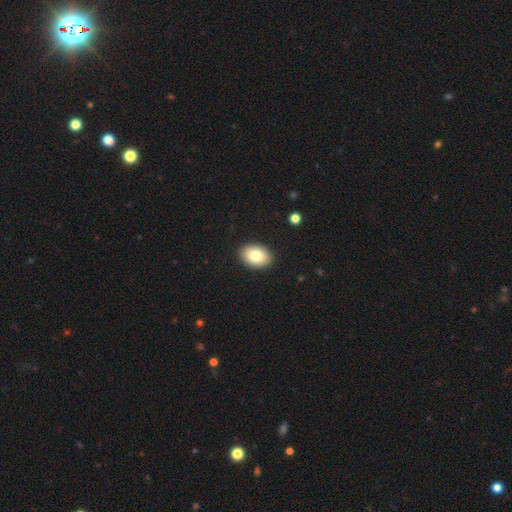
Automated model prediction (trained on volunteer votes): Morphology: type=smooth (81%); roundness=in between (82%); merging=none (90%).